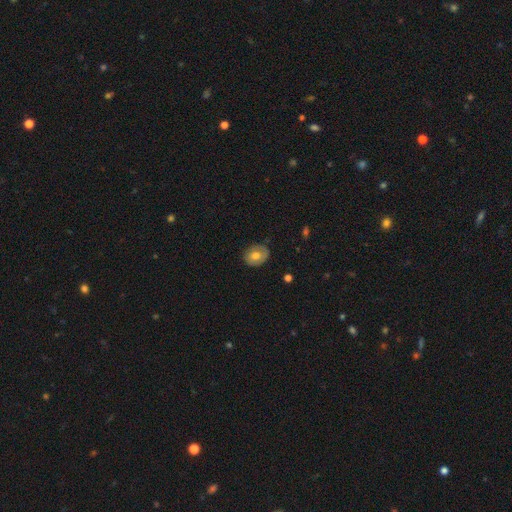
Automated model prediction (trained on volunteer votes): Smooth or featured? Predicted: smooth (p=0.62). How rounded? Predicted: in between (p=0.55). Merging? Predicted: none (p=0.73).